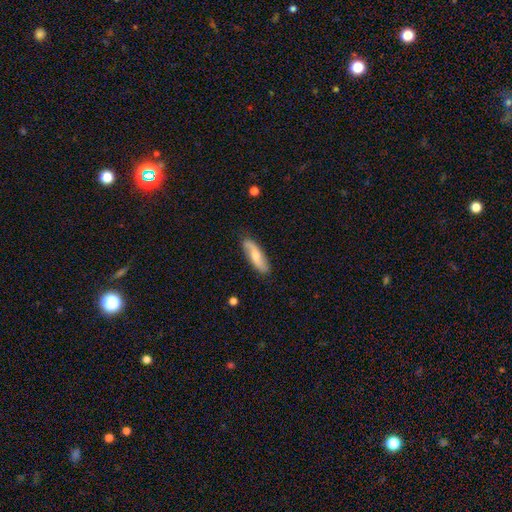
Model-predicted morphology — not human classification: type=smooth (50%); merging=none (82%).